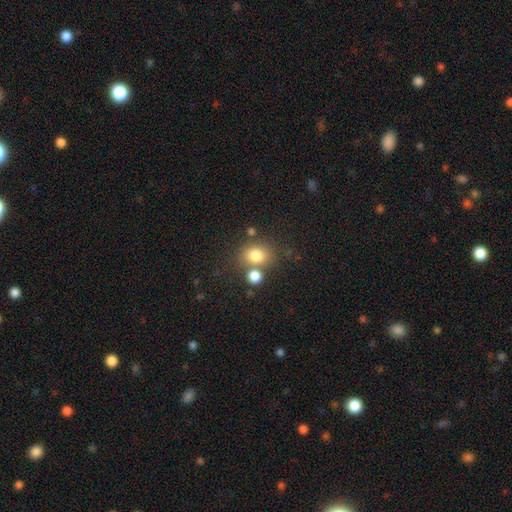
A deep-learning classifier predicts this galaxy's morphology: A smooth galaxy with no disk features (79%) that is round (62%).

Vote fractions:
- Smooth or featured? smooth: 79% / star or artifact: 12% / featured or disk: 9%
- How rounded? round: 62% / in between: 37% / cigar-shaped: 1%
- Merging? none: 63% / merger: 22% / minor disturbance: 11% / major disturbance: 4%